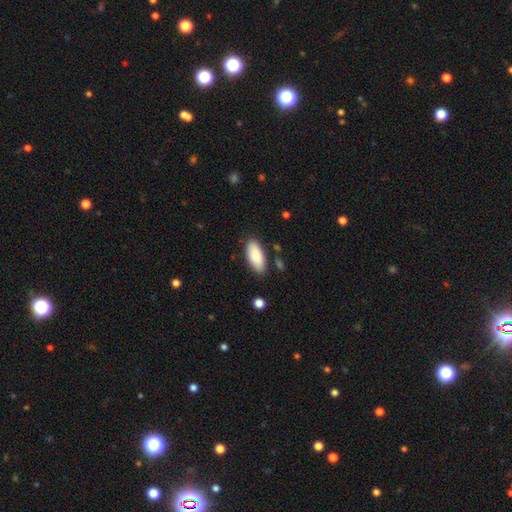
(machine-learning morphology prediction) A smooth galaxy with no disk features (88%) that is in between round and cigar-shaped (86%).

Vote fractions:
- Smooth or featured? smooth: 88% / featured or disk: 6% / star or artifact: 6%
- How rounded? in between: 86% / cigar-shaped: 12% / round: 2%
- Merging? none: 84% / minor disturbance: 11% / major disturbance: 2% / merger: 2%